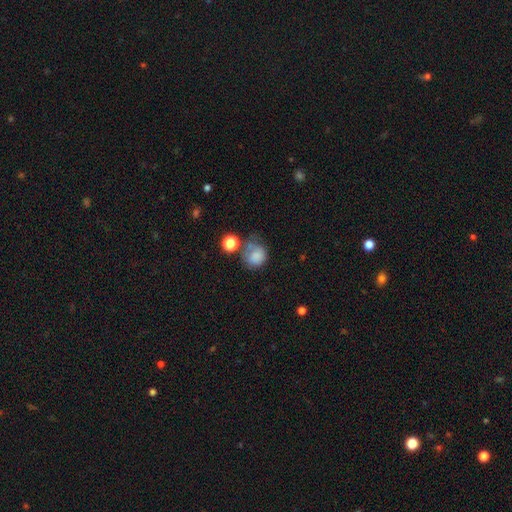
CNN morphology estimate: Smooth or featured? smooth (78%)
How rounded? round (76%)
Merging? none (42%)